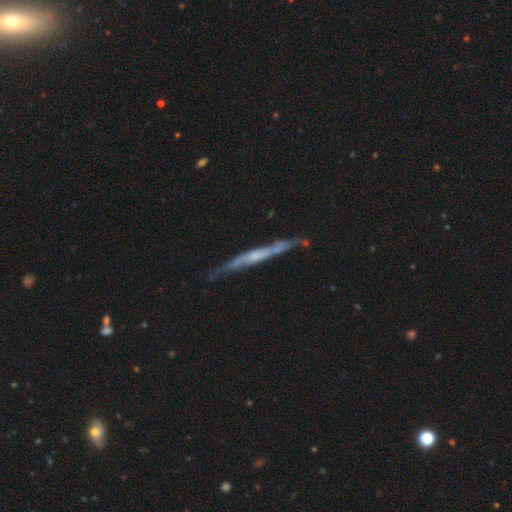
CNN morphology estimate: This appears to be a featured or disk galaxy (69%) viewed edge-on (88%) with no central bulge (59%). Merging: none (73%).